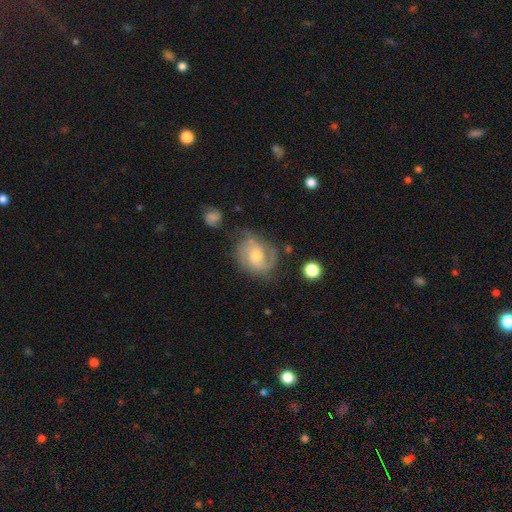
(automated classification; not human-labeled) Smooth or featured: featured or disk — 76% (smooth — 17%)
Edge-on disk: no — 97% (yes — 3%)
Bar: no — 64% (weak — 30%)
Spiral arms: yes — 93% (no — 7%)
Spiral winding: medium — 45% (tight — 36%)
Spiral arm count: 2 — 51% (3 — 18%)
Bulge size: moderate — 59% (small — 36%)
Merging: none — 60% (minor disturbance — 25%)